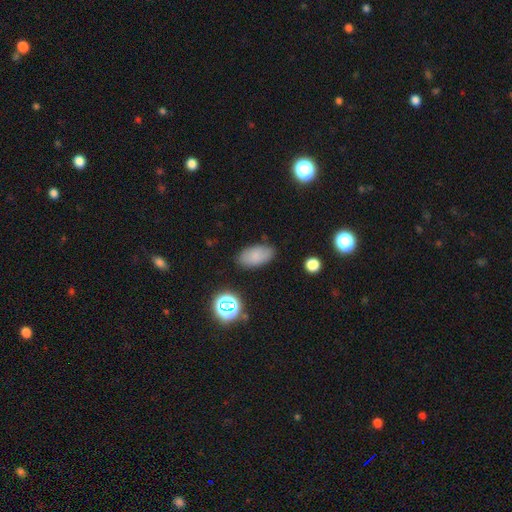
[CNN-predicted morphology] Smooth or featured: smooth — 80% (star or artifact — 11%)
How rounded: in between — 93% (round — 4%)
Merging: none — 82% (minor disturbance — 13%)